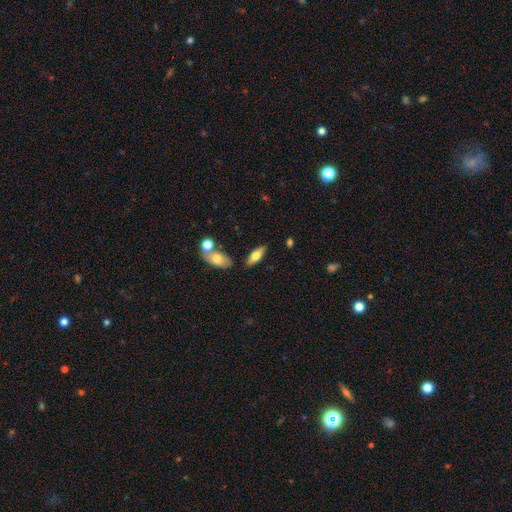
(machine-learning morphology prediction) smooth 57%, featured or disk 37%, star or artifact 7%. Down the decision tree: how rounded — in between (64%); merging — none (77%).